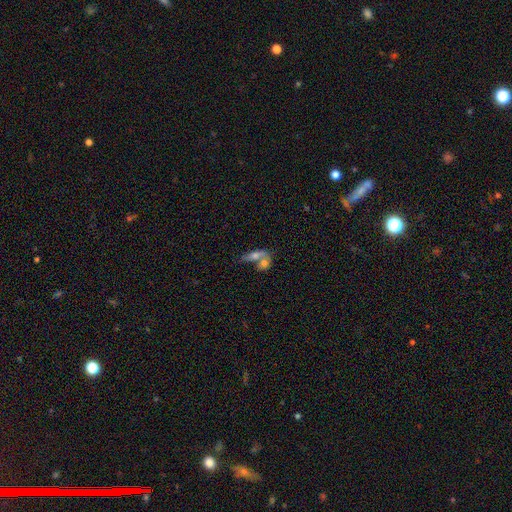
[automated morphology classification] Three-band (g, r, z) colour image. It shows a smooth galaxy with no disk features (55%) that is in between round and cigar-shaped (64%). Merging: merger (60%).